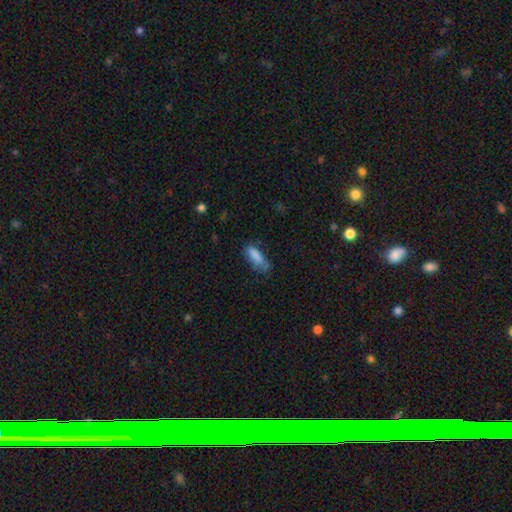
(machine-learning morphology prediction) Smooth or featured? Predicted: smooth (p=0.80). How rounded? Predicted: in between (p=0.67). Merging? Predicted: none (p=0.48).